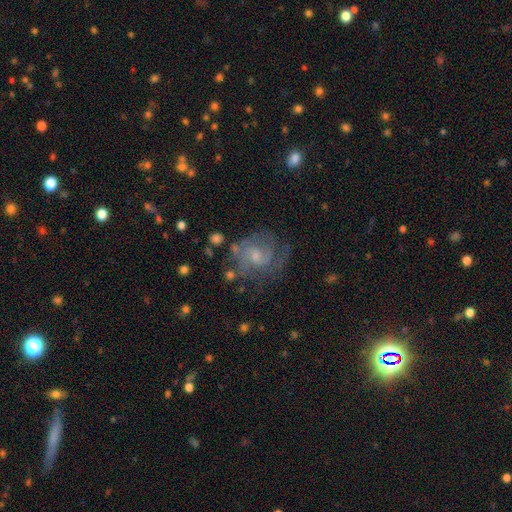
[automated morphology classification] The model was most divided on "spiral winding": medium: 45%, tight: 38%, loose: 16%. Remaining: edge-on disk — no (98%); spiral arms — yes (87%); smooth or featured — featured or disk (71%); merging — none (59%); bar — no (54%); bulge size — small (49%); spiral arm count — 2 (45%).